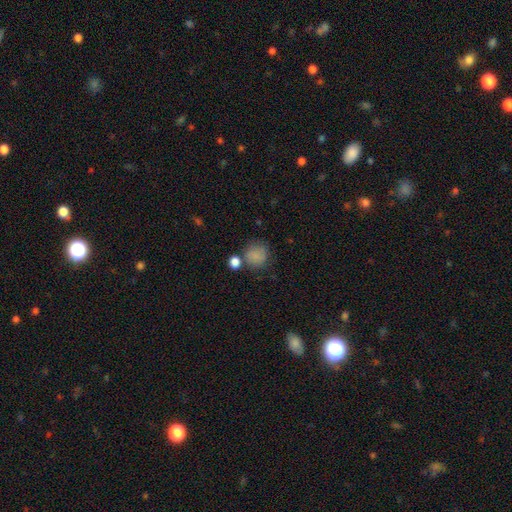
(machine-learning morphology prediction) smooth-or-featured: smooth: 82% | star or artifact: 11% | featured or disk: 8%
  how-rounded: round: 85% | in between: 14% | cigar-shaped: 1%
  merging: none: 66% | minor disturbance: 17% | merger: 12% | major disturbance: 6%